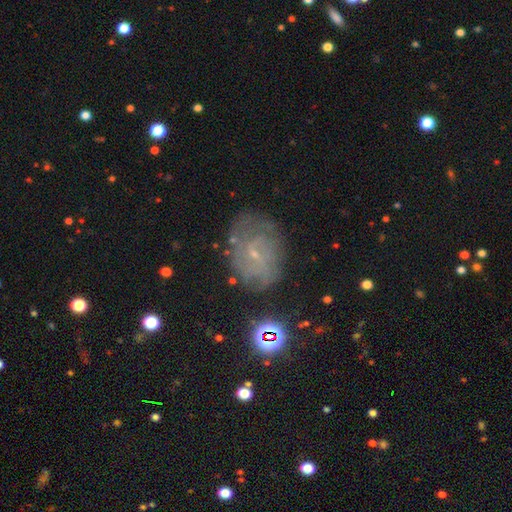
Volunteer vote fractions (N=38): Smooth or featured: featured or disk — 76% (smooth — 18%)
Edge-on disk: no — 100%
Bar: weak — 62% (no — 34%)
Spiral arms: yes — 86% (no — 14%)
Spiral winding: medium — 40% (loose — 32%)
Spiral arm count: 2 — 32% (tied with can't tell — 32%)
Bulge size: small — 97% (moderate — 3%)
Merging: none — 75% (minor disturbance — 17%)